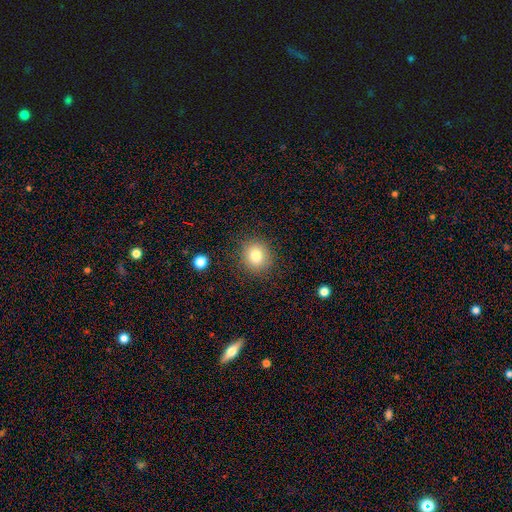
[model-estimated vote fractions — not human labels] smooth 80%, star or artifact 11%, featured or disk 9%. Down the decision tree: how rounded — round (85%); merging — none (87%).